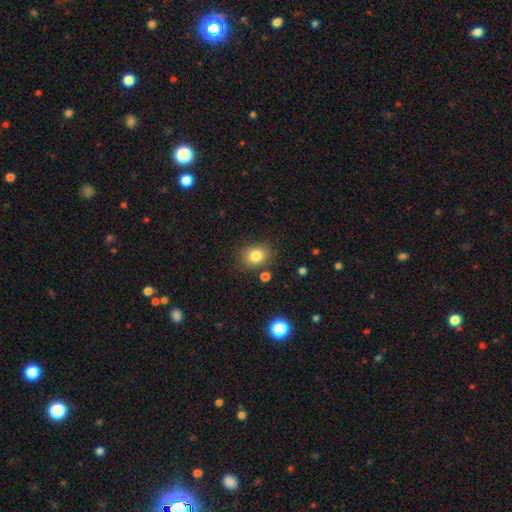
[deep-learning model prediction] smooth 82%, star or artifact 11%, featured or disk 7%. Down the decision tree: how rounded — round (55%); merging — none (82%).